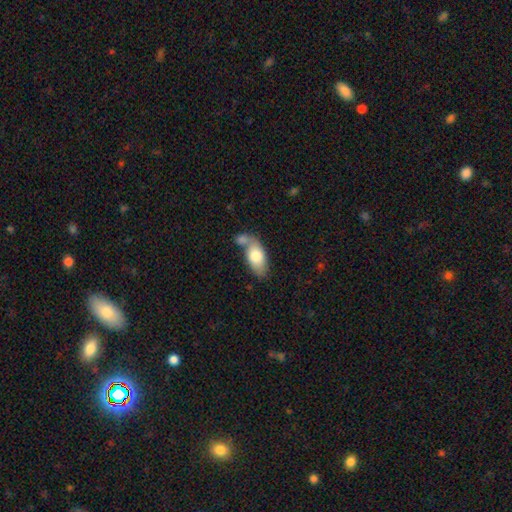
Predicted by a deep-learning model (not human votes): Smooth or featured?
  - smooth: 75% *
  - featured or disk: 19%
  - star or artifact: 6%
How rounded?
  - in between: 91% *
  - cigar-shaped: 5%
  - round: 4%
Merging?
  - merger: 40% *
  - none: 37%
  - minor disturbance: 16%
  - major disturbance: 8%